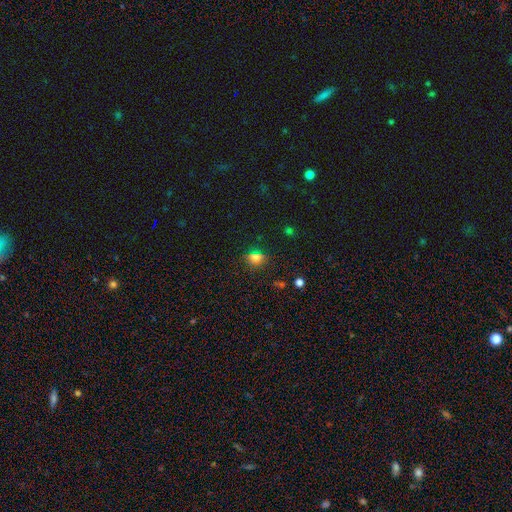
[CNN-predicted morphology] Q: Smooth or featured?
A: smooth (70%); runner-up: star or artifact (23%)
Q: How rounded?
A: round (68%); runner-up: in between (30%)
Q: Merging?
A: none (83%); runner-up: minor disturbance (11%)